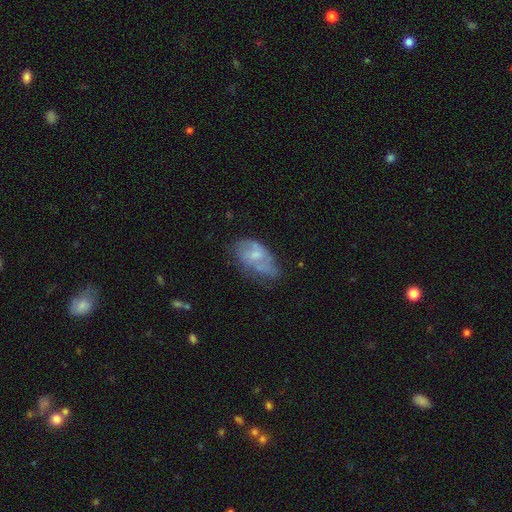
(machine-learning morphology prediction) This is possibly a featured or disk galaxy (50%). Merging: marginally none (34%).